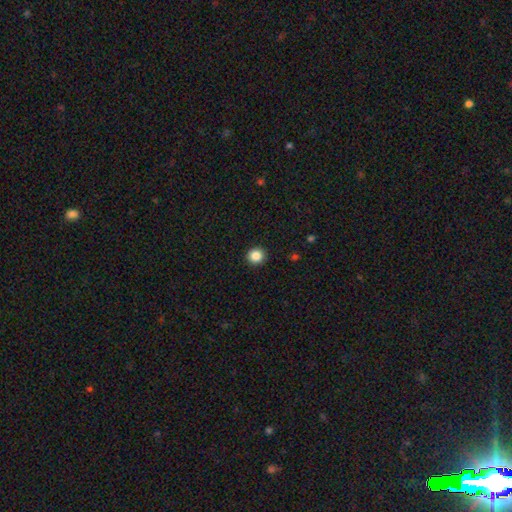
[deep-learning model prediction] Q: Smooth or featured?
A: smooth (86%); runner-up: star or artifact (10%)
Q: How rounded?
A: round (93%); runner-up: in between (6%)
Q: Merging?
A: none (93%); runner-up: minor disturbance (4%)